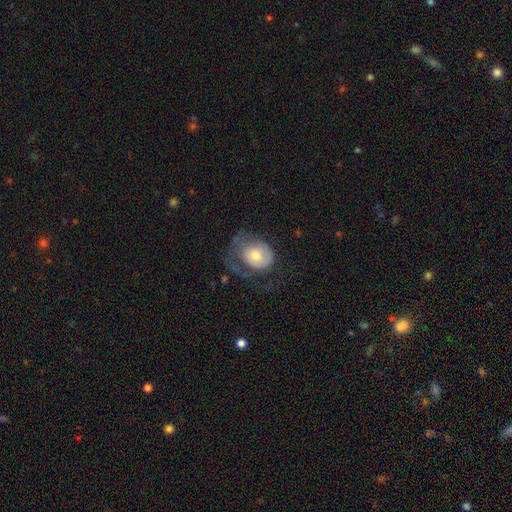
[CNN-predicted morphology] Q: Smooth or featured?
A: smooth (54%); runner-up: featured or disk (38%)
Q: How rounded?
A: round (61%); runner-up: in between (38%)
Q: Merging?
A: major disturbance (43%); runner-up: none (34%)